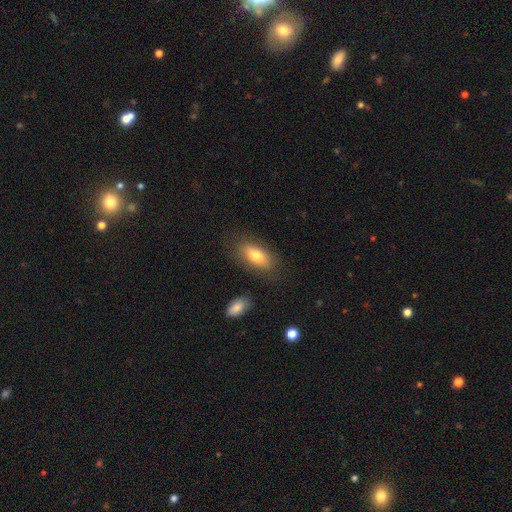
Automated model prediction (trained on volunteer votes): Smooth or featured?
  - smooth: 76% *
  - featured or disk: 17%
  - star or artifact: 7%
How rounded?
  - in between: 83% *
  - cigar-shaped: 12%
  - round: 4%
Merging?
  - none: 80% *
  - minor disturbance: 13%
  - major disturbance: 4%
  - merger: 3%